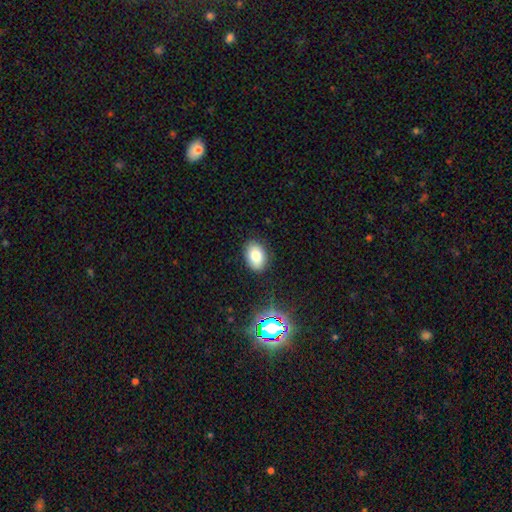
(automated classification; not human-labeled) Overall: smooth (80%). How rounded: in between (82%). Merging: none (87%).